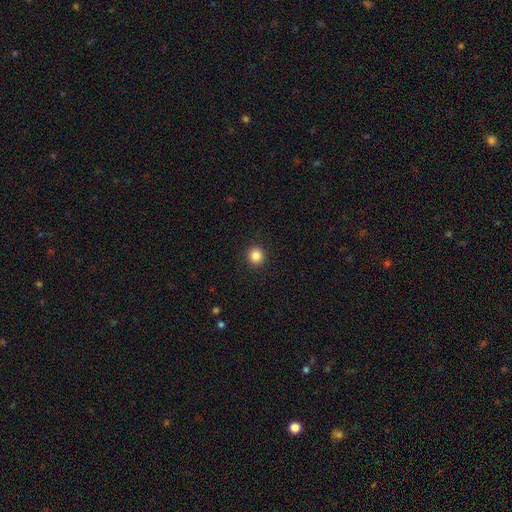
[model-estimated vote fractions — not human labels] Smooth or featured: smooth — 85% (star or artifact — 11%)
How rounded: round — 94% (in between — 6%)
Merging: none — 93% (minor disturbance — 4%)